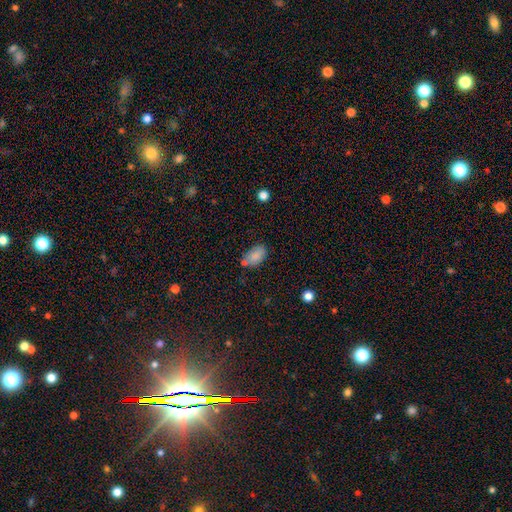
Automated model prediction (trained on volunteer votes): Q: Smooth or featured?
A: smooth (83%); runner-up: featured or disk (8%)
Q: How rounded?
A: in between (92%); runner-up: round (6%)
Q: Merging?
A: none (58%); runner-up: minor disturbance (21%)